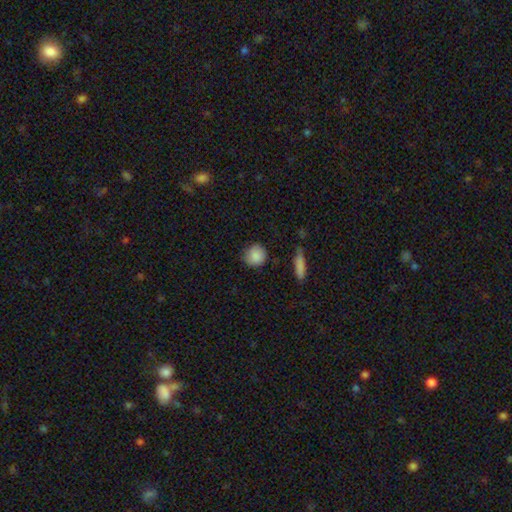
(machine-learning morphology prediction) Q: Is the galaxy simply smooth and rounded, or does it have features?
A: smooth — 88%.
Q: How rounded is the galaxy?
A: round — 88%.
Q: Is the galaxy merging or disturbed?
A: none — 81%.